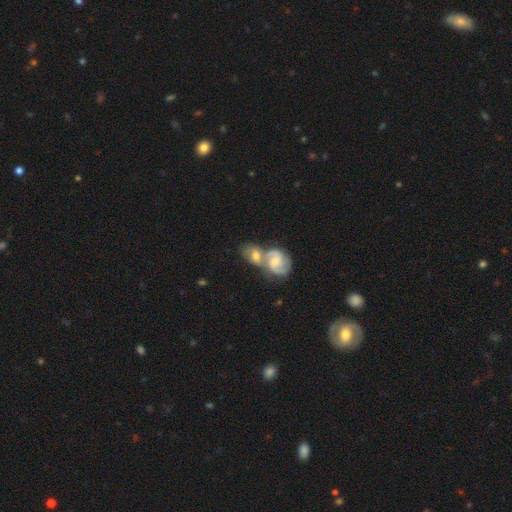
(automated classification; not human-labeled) Smooth or featured? featured or disk (67%)
Edge-on disk? no (96%)
Bar? weak (45%)
Spiral arms? yes (89%)
Spiral winding? medium (52%)
Spiral arm count? 2 (81%)
Bulge size? moderate (47%)
Merging? merger (72%)